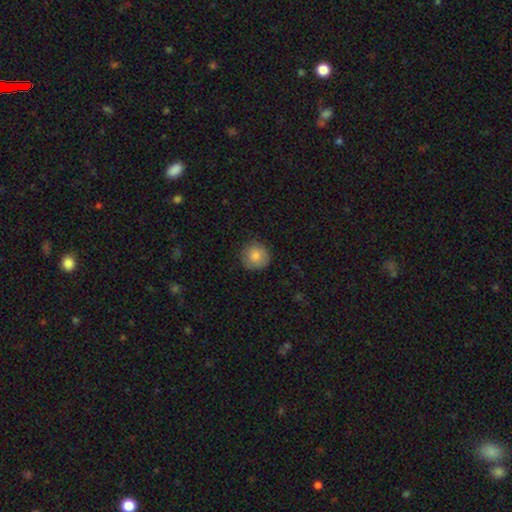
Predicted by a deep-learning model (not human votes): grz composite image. It shows a smooth galaxy with no disk features (84%) that is round (94%). Merging: none (85%).